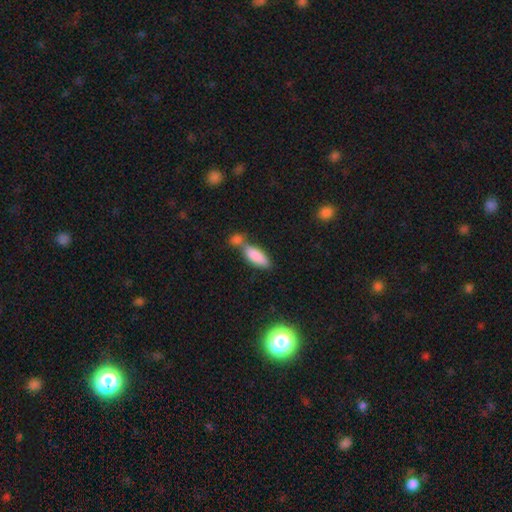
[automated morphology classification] This is clearly a smooth galaxy (85%). How rounded: likely in between (73%). Merging: marginally none (42%).